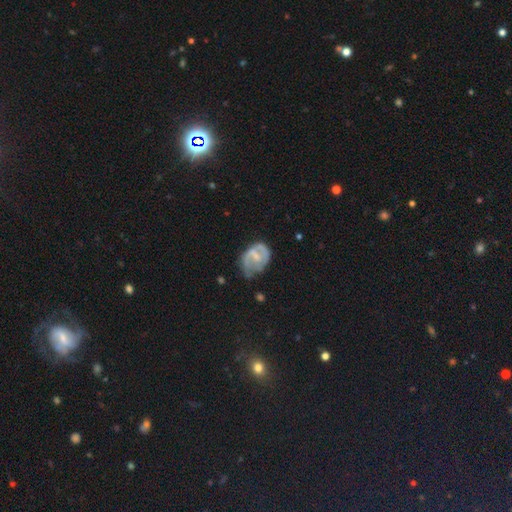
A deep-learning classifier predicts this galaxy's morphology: The model was most divided on "merging" (2-way tie): none: 35%, minor disturbance: 35%, major disturbance: 27%, merger: 3%. Remaining: edge-on disk — no (97%); spiral arms — yes (61%); smooth or featured — featured or disk (61%); bar — weak (49%); bulge size — small (44%).